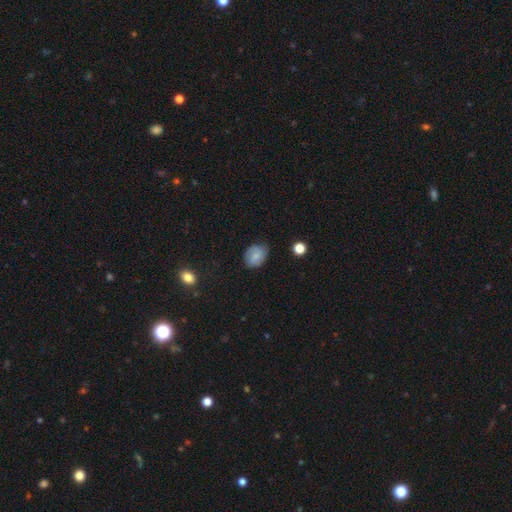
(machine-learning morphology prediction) A smooth galaxy with no disk features (71%) that is in between round and cigar-shaped (64%). Merging: none (71%).